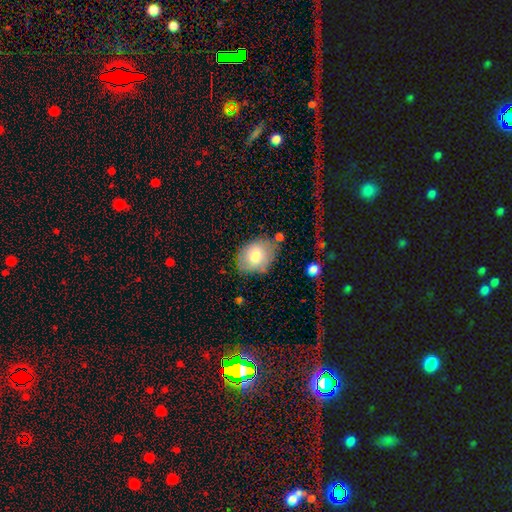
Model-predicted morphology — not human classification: Smooth or featured: smooth — 76% (featured or disk — 17%)
How rounded: in between — 67% (round — 32%)
Merging: none — 67% (minor disturbance — 22%)